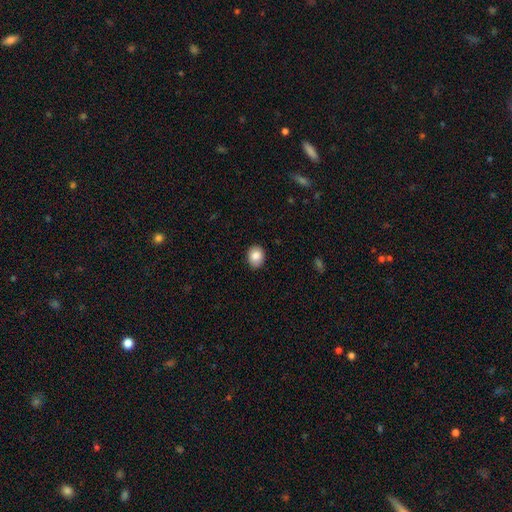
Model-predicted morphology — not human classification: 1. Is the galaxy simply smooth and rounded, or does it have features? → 85% smooth, 8% star or artifact, 7% featured or disk.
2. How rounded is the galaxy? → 53% round, 46% in between, 1% cigar-shaped.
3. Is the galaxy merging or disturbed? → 89% none, 8% minor disturbance, 2% major disturbance, 1% merger.